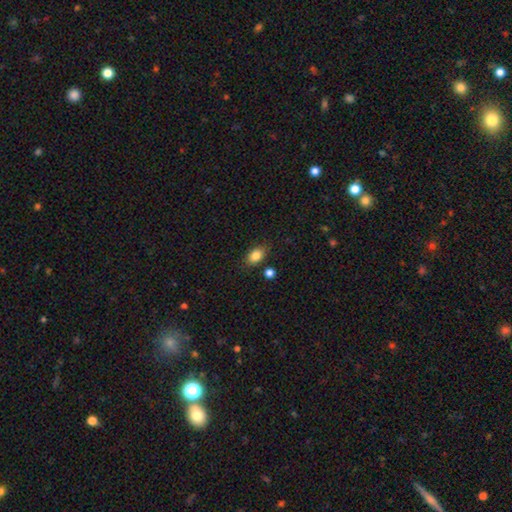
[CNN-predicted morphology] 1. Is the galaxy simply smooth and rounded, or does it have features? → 84% smooth, 9% star or artifact, 7% featured or disk.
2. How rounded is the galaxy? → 81% in between, 17% round, 2% cigar-shaped.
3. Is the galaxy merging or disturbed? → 80% none, 12% minor disturbance, 5% merger, 3% major disturbance.